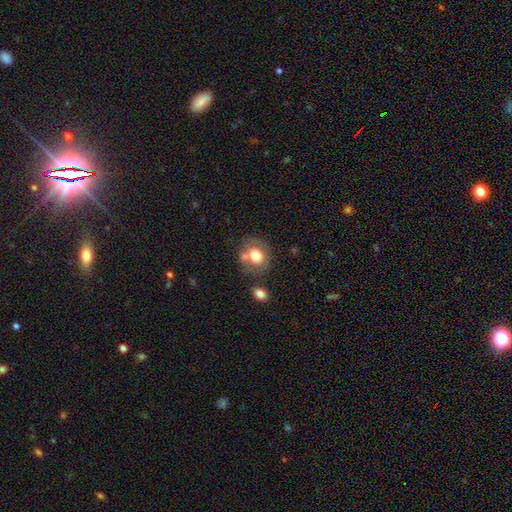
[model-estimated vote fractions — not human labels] A smooth galaxy with no disk features (71%) that is round (63%).

Vote fractions:
- Smooth or featured? smooth: 71% / featured or disk: 20% / star or artifact: 9%
- How rounded? round: 63% / in between: 36% / cigar-shaped: 1%
- Merging? none: 53% / merger: 23% / minor disturbance: 17% / major disturbance: 7%